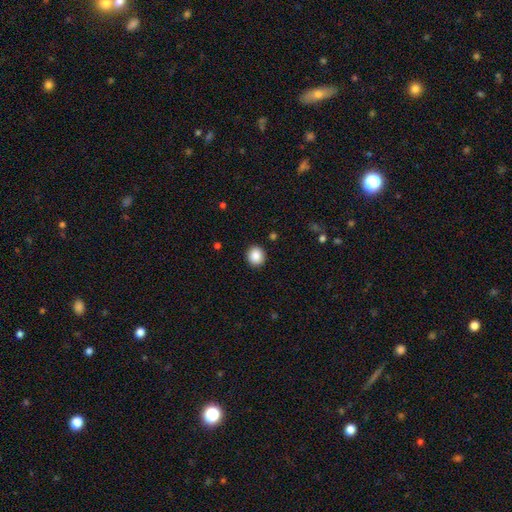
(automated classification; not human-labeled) The model was most divided on "how rounded": round: 87%, in between: 12%, cigar-shaped: 1%. More confident: merging — none (91%); smooth or featured — smooth (88%).